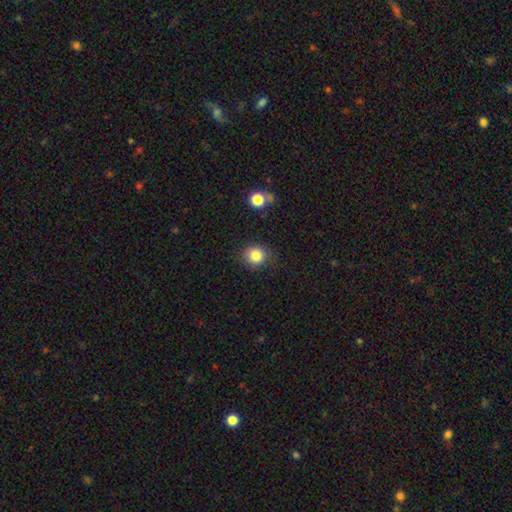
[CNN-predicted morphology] This is clearly a smooth galaxy (83%). How rounded: likely round (80%). Merging: clearly none (80%).